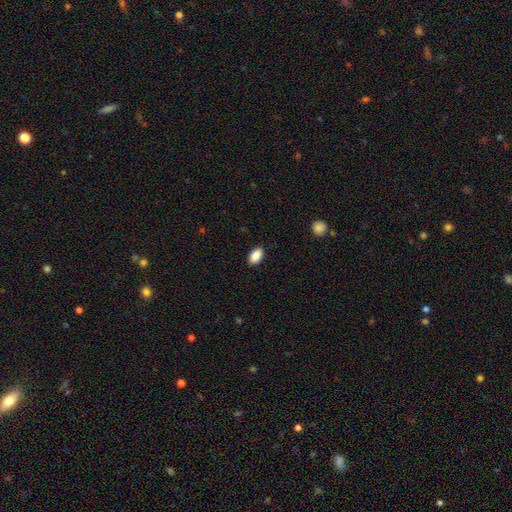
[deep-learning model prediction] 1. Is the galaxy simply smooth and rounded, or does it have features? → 90% smooth, 7% star or artifact, 3% featured or disk.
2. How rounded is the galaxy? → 94% in between, 5% round, 2% cigar-shaped.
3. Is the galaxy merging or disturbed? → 89% none, 8% minor disturbance, 2% major disturbance, 1% merger.